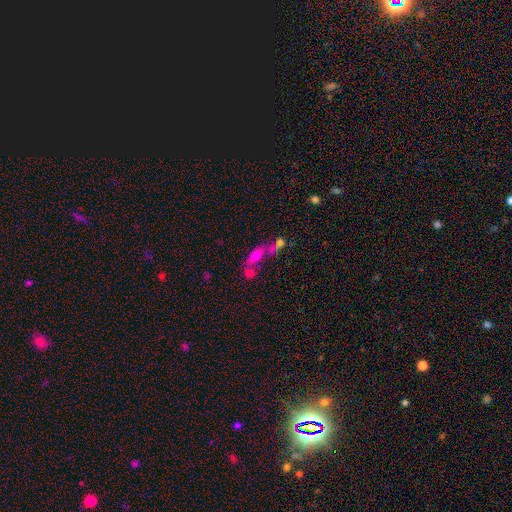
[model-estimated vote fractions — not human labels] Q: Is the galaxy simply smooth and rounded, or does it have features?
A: smooth — 57%.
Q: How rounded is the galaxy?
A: in between — 58%.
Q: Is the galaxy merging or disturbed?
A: merger — 51%.